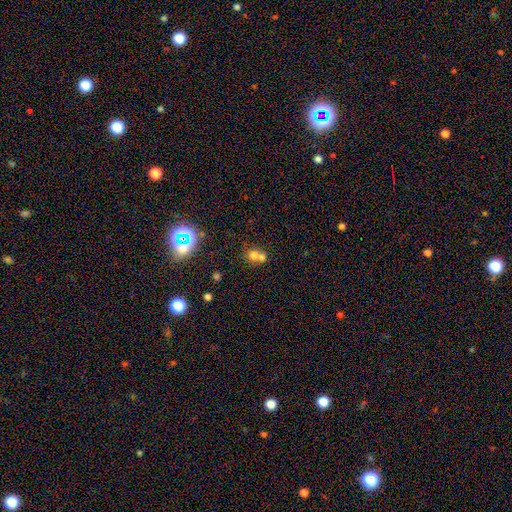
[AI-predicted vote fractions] Smooth or featured: smooth — 64% (star or artifact — 19%)
How rounded: round — 76% (in between — 23%)
Merging: merger — 58% (none — 33%)